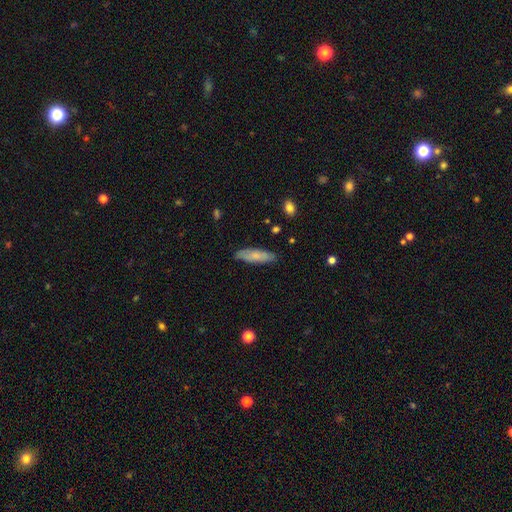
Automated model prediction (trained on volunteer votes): Q: Smooth or featured?
A: smooth (69%); runner-up: featured or disk (25%)
Q: How rounded?
A: cigar-shaped (60%); runner-up: in between (38%)
Q: Merging?
A: none (83%); runner-up: minor disturbance (14%)